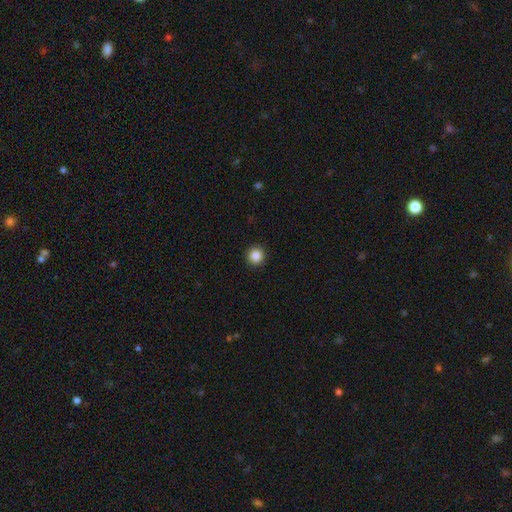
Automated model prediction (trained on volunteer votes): This is clearly a smooth galaxy (87%). How rounded: clearly round (95%). Merging: clearly none (92%).